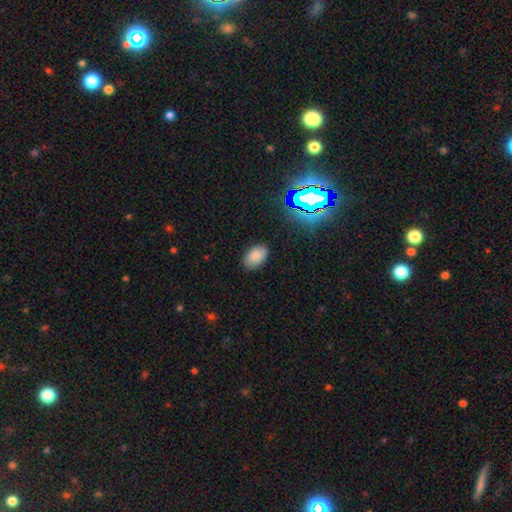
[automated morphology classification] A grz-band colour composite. It shows a smooth galaxy with no disk features (79%) that is in between round and cigar-shaped (91%). Merging: none (85%).